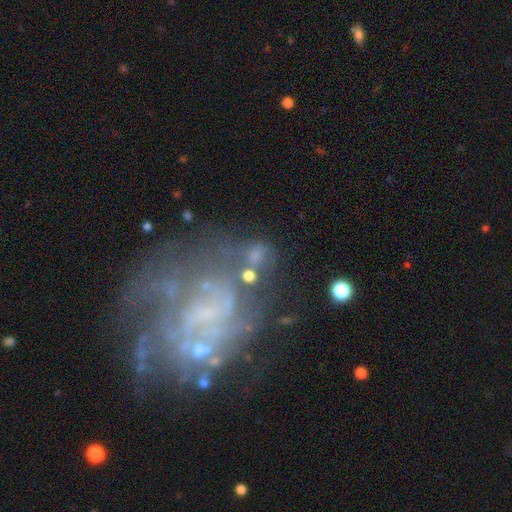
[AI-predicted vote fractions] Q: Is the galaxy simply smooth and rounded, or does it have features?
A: smooth — 46%.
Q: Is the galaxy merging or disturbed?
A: none — 44%.